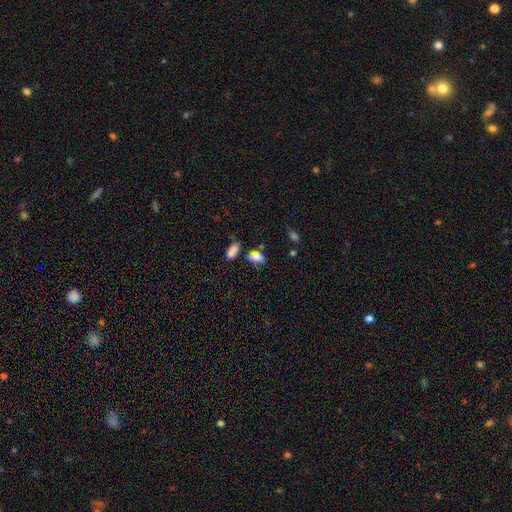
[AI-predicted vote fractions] Smooth or featured?
  - smooth: 79% *
  - star or artifact: 12%
  - featured or disk: 9%
How rounded?
  - in between: 88% *
  - round: 7%
  - cigar-shaped: 5%
Merging?
  - none: 56% *
  - minor disturbance: 21%
  - merger: 15%
  - major disturbance: 7%